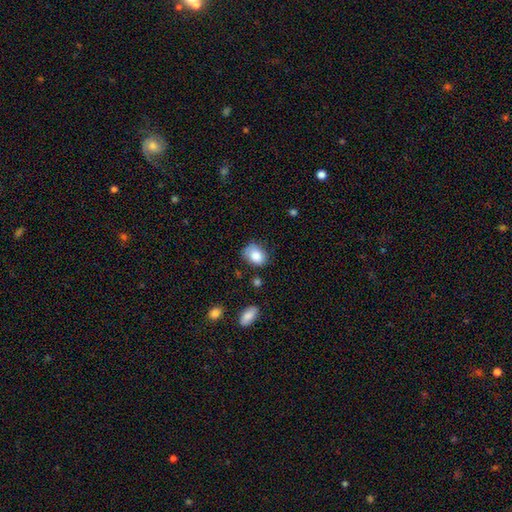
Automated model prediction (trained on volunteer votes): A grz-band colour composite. It shows a smooth galaxy with no disk features (82%) that is in between round and cigar-shaped (69%). Merging: none (61%).